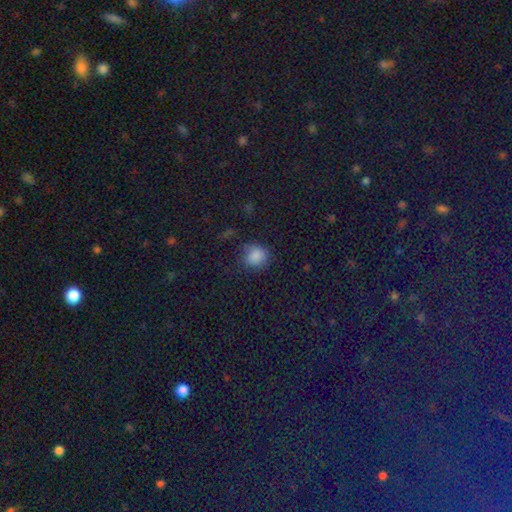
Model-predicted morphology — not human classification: type=smooth (81%); roundness=round (77%); merging=none (73%).